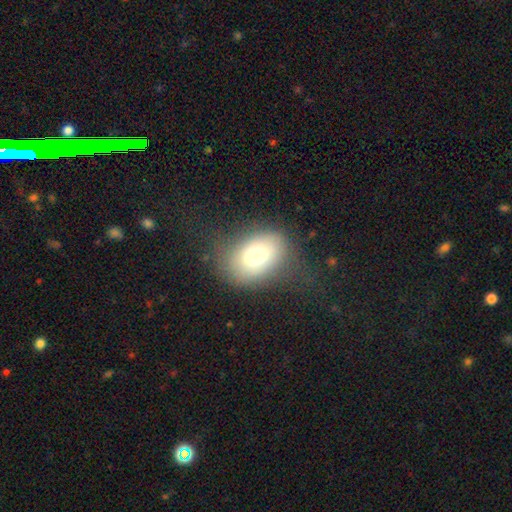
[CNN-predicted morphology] Smooth or featured? smooth (73%)
How rounded? in between (72%)
Merging? none (64%)